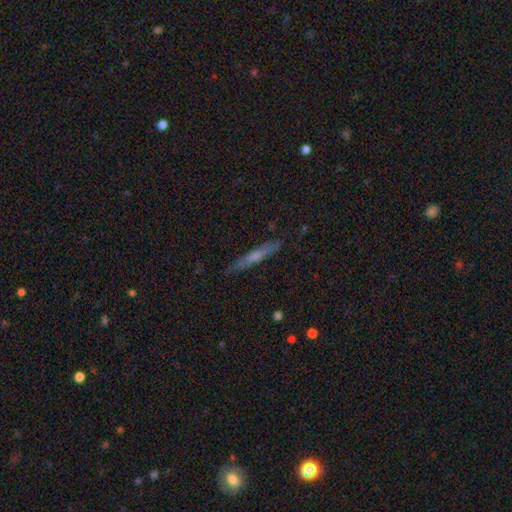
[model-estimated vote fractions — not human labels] Smooth or featured?
  - featured or disk: 49% *
  - smooth: 44%
  - star or artifact: 7%
Merging?
  - none: 85% *
  - minor disturbance: 11%
  - major disturbance: 2%
  - merger: 1%